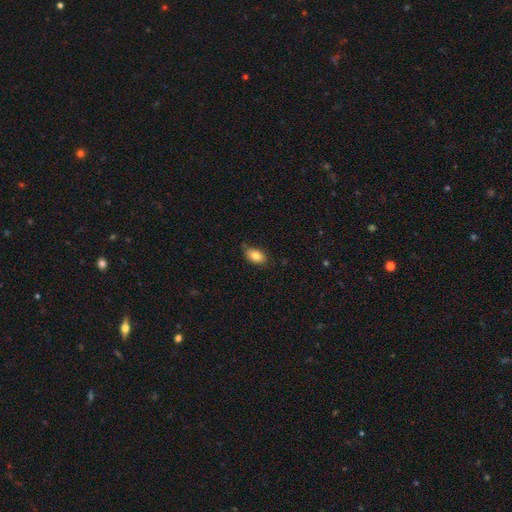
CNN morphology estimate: A smooth galaxy with no disk features (83%) that is in between round and cigar-shaped (90%). Merging: none (75%).